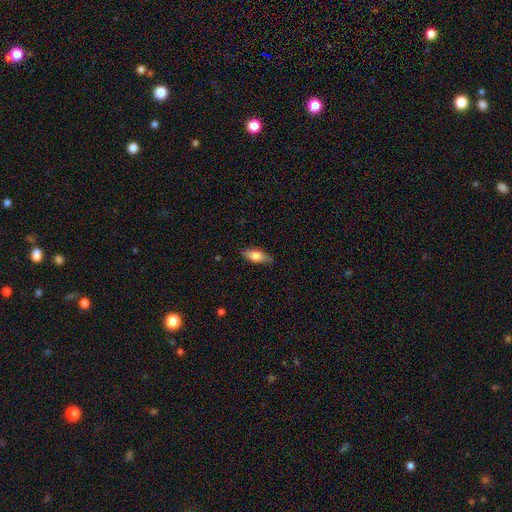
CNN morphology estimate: Overall: smooth (75%). How rounded: in between (76%). Merging: none (83%).